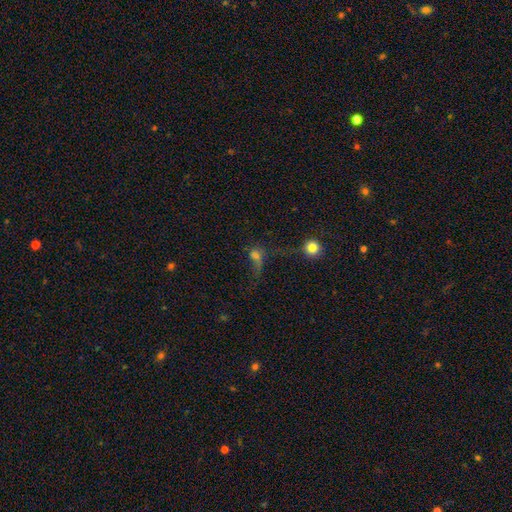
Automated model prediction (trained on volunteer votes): Morphology: type=smooth (52%); roundness=in between (49%); merging=major disturbance (45%).